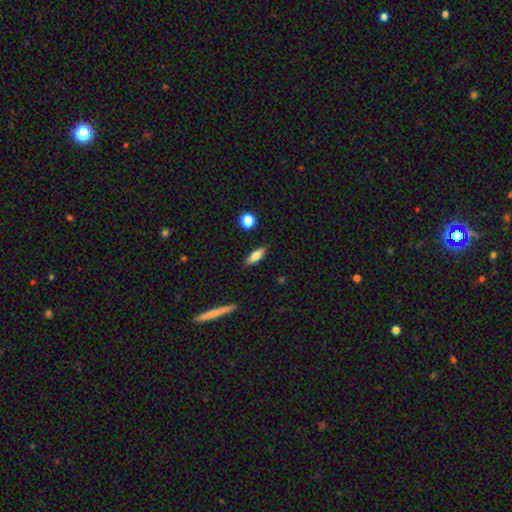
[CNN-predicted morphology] Overall: smooth (70%). How rounded: cigar-shaped (49%; in between 48%). Merging: none (86%).